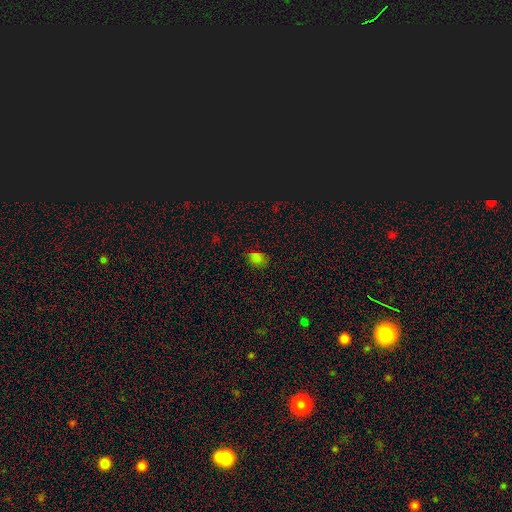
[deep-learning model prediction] A smooth galaxy with no disk features (65%) that is in between round and cigar-shaped (65%).

Vote fractions:
- Smooth or featured? smooth: 65% / star or artifact: 30% / featured or disk: 5%
- How rounded? in between: 65% / round: 33% / cigar-shaped: 2%
- Merging? none: 82% / minor disturbance: 13% / major disturbance: 3% / merger: 2%